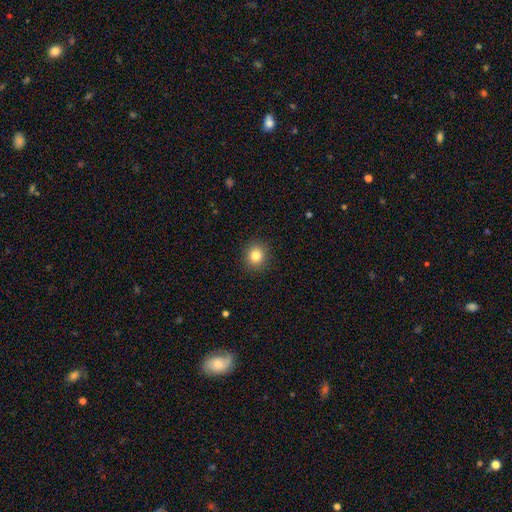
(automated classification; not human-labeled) This is clearly a smooth galaxy (83%). How rounded: clearly round (85%). Merging: clearly none (91%).